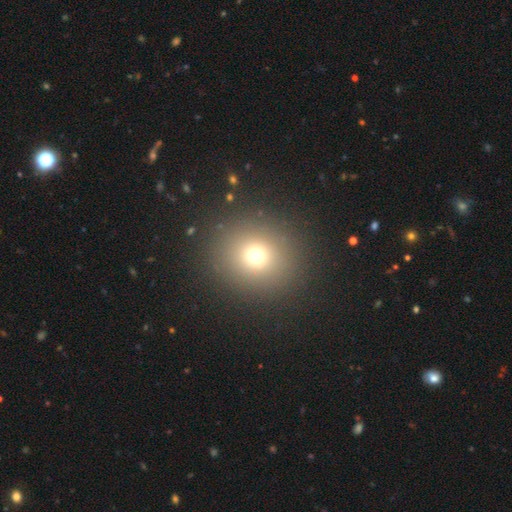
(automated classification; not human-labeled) Smooth or featured?
  - smooth: 70% *
  - star or artifact: 20%
  - featured or disk: 10%
How rounded?
  - round: 85% *
  - in between: 14%
  - cigar-shaped: 1%
Merging?
  - none: 89% *
  - minor disturbance: 6%
  - major disturbance: 4%
  - merger: 1%